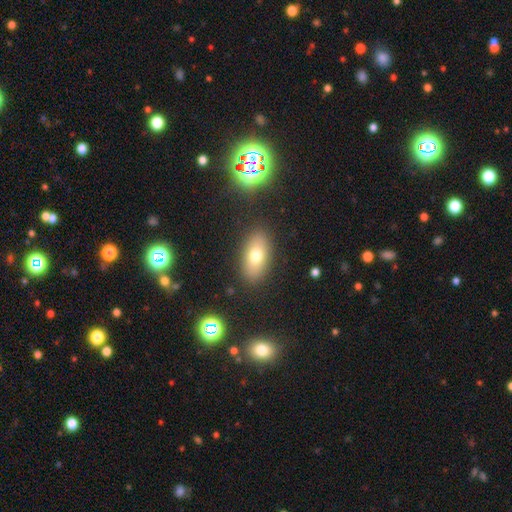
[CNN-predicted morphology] Overall: smooth (72%). How rounded: in between (89%). Merging: none (86%).